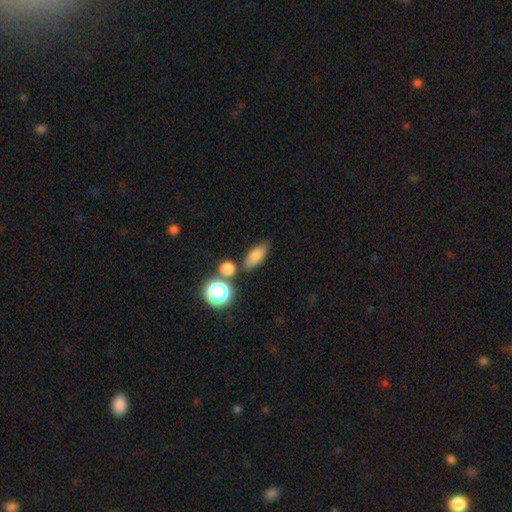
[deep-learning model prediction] Smooth or featured? Predicted: smooth (p=0.79). How rounded? Predicted: in between (p=0.74). Merging? Predicted: none (p=0.74).